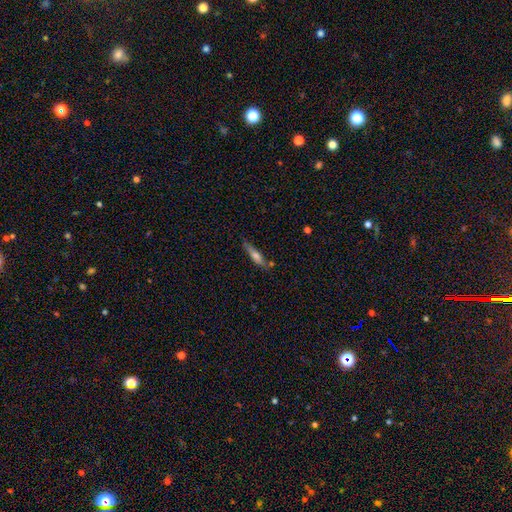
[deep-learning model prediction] This is possibly a smooth galaxy (60%). How rounded: likely cigar-shaped (80%). Merging: likely none (68%).